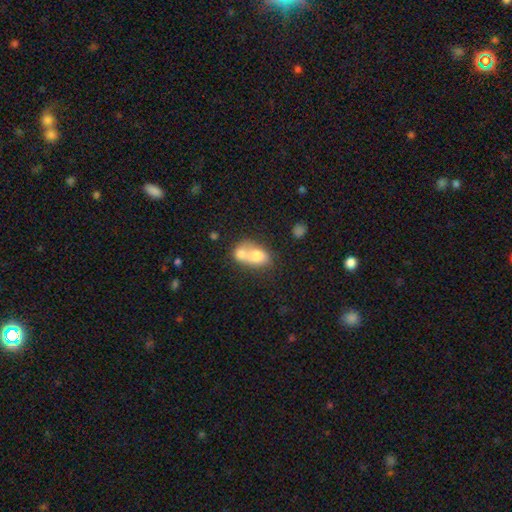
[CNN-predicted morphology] Smooth or featured?
  - smooth: 70% *
  - featured or disk: 22%
  - star or artifact: 8%
How rounded?
  - in between: 74% *
  - round: 24%
  - cigar-shaped: 2%
Merging?
  - merger: 72% *
  - none: 16%
  - minor disturbance: 7%
  - major disturbance: 5%